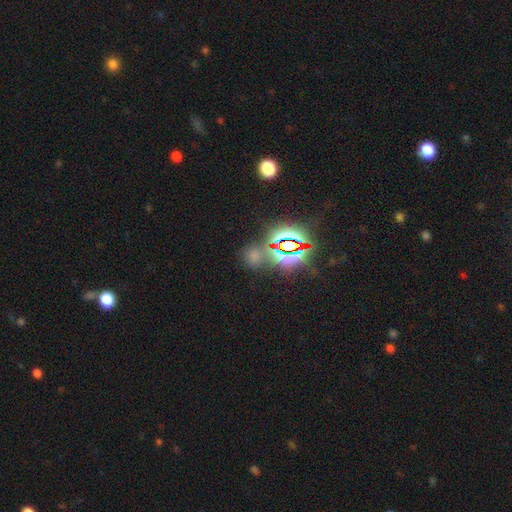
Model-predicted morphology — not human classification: Smooth or featured: star or artifact — 56% (smooth — 36%)